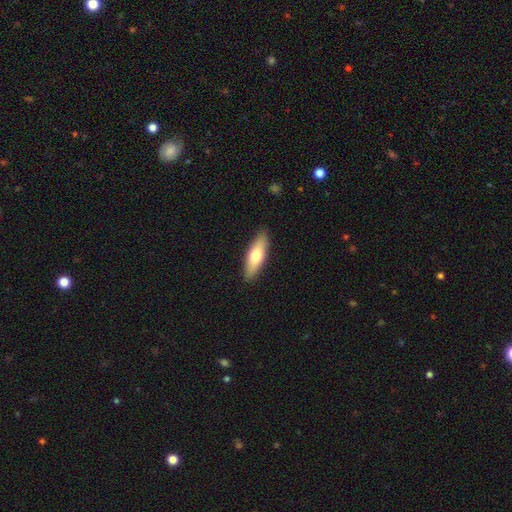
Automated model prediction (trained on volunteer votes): The model was most divided on "how rounded": in between: 53%, cigar-shaped: 44%, round: 2%. More confident: merging — none (88%); smooth or featured — smooth (67%).